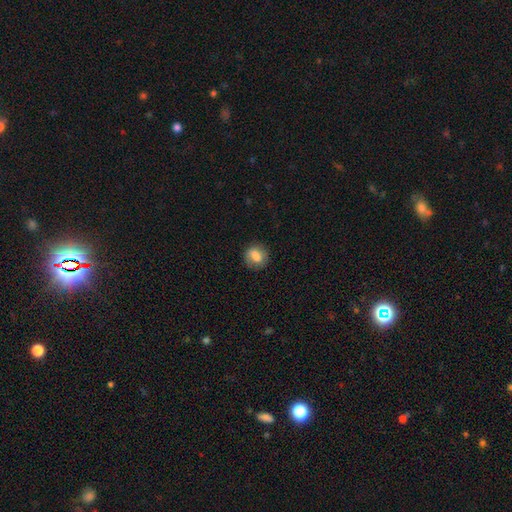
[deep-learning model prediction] Q: Smooth or featured?
A: smooth (70%); runner-up: featured or disk (21%)
Q: How rounded?
A: round (65%); runner-up: in between (33%)
Q: Merging?
A: none (81%); runner-up: minor disturbance (13%)